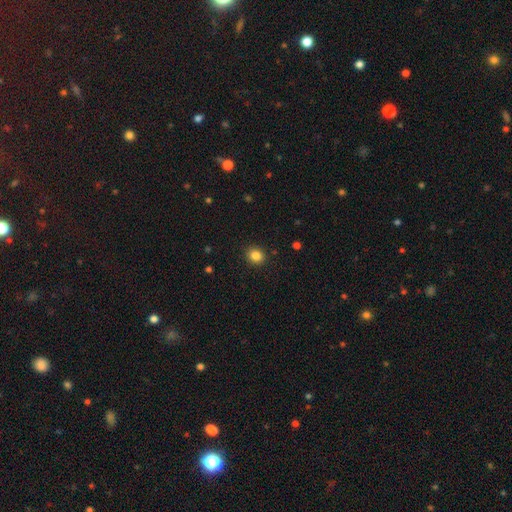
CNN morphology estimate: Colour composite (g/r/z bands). It shows a smooth galaxy with no disk features (85%) that is round (72%). Merging: none (90%).